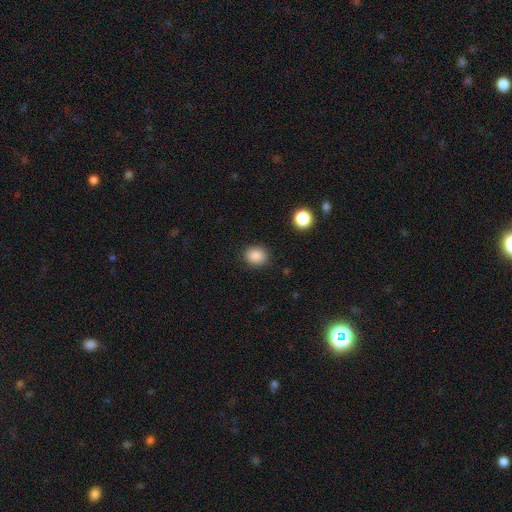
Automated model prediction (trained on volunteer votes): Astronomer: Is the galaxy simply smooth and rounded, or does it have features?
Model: smooth — 87%.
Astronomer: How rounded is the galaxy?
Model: round — 65%.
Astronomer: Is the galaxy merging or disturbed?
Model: none — 86%.